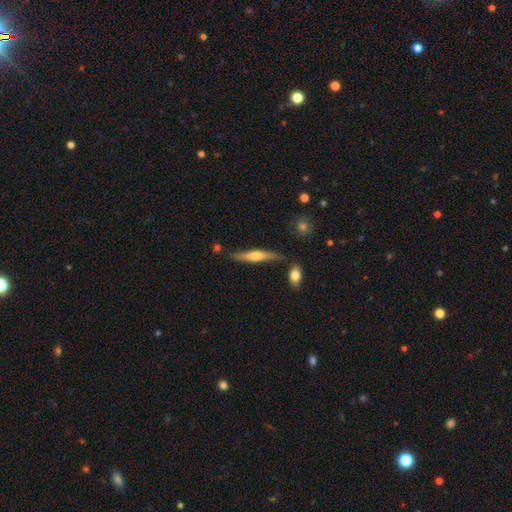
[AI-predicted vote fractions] Smooth or featured: featured or disk — 50% (smooth — 45%)
Merging: none — 78% (minor disturbance — 14%)